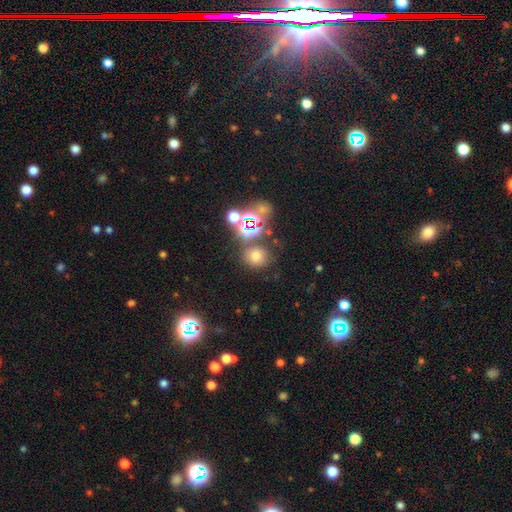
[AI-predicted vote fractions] This is likely a smooth galaxy (63%). How rounded: clearly round (83%). Merging: likely none (71%).